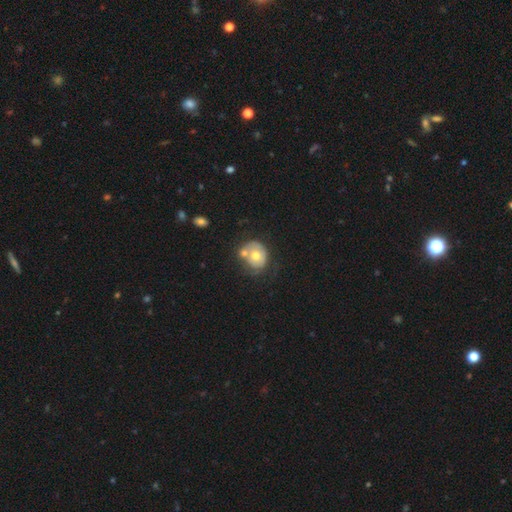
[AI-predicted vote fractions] smooth-or-featured: smooth: 55% | featured or disk: 37% | star or artifact: 8%
  how-rounded: round: 69% | in between: 30% | cigar-shaped: 1%
  merging: merger: 36% | none: 35% | minor disturbance: 19% | major disturbance: 10%